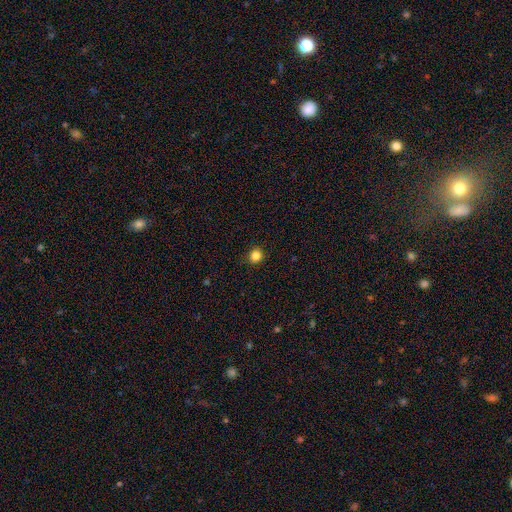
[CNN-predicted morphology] Smooth or featured? smooth (85%)
How rounded? round (86%)
Merging? none (91%)